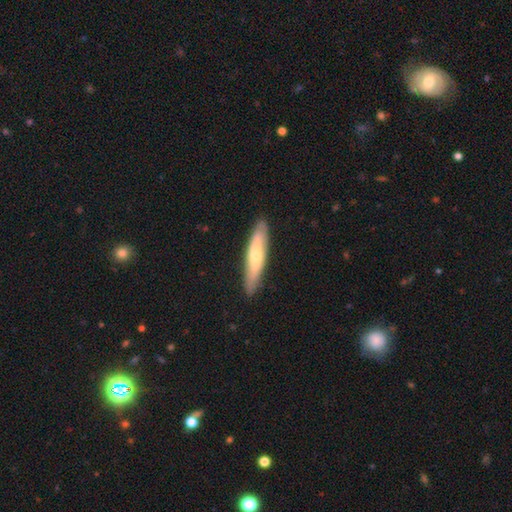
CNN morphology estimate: A smooth galaxy with no disk features (52%) that is cigar-shaped (84%). Merging: none (86%).